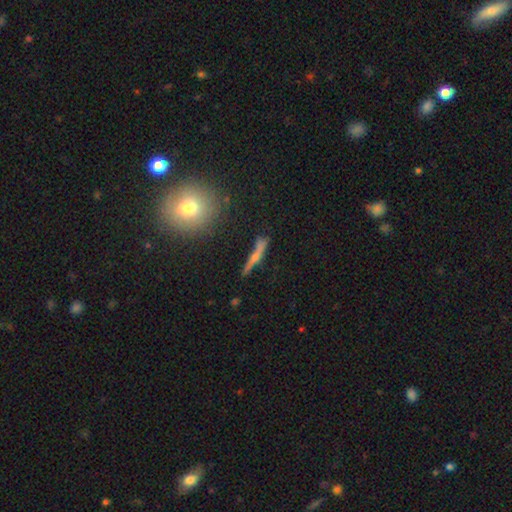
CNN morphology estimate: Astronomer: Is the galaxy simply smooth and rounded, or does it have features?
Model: featured or disk — 49% (runner-up: smooth, 40%).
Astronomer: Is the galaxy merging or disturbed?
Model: none — 69%.